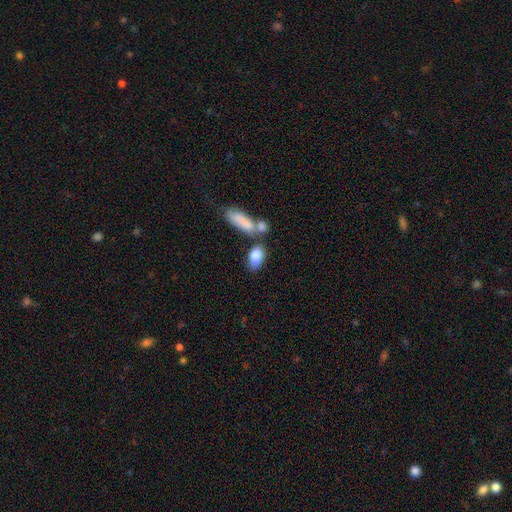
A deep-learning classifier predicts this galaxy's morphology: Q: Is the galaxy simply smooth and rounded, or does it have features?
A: smooth — 83%.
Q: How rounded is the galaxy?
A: in between — 89%.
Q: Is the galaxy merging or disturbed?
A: none — 52%.